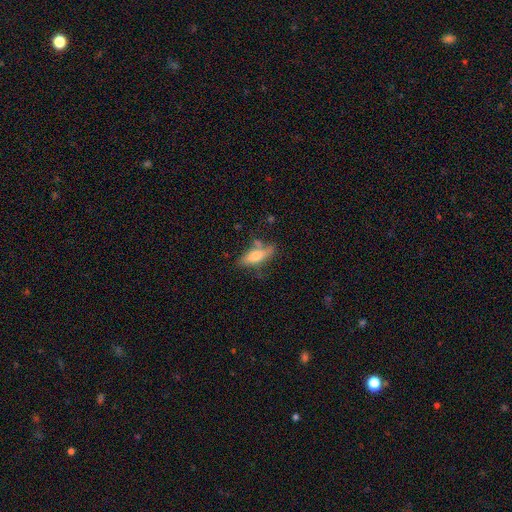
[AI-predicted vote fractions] smooth 65%, featured or disk 28%, star or artifact 7%. Down the decision tree: how rounded — in between (62%); merging — none (56%).